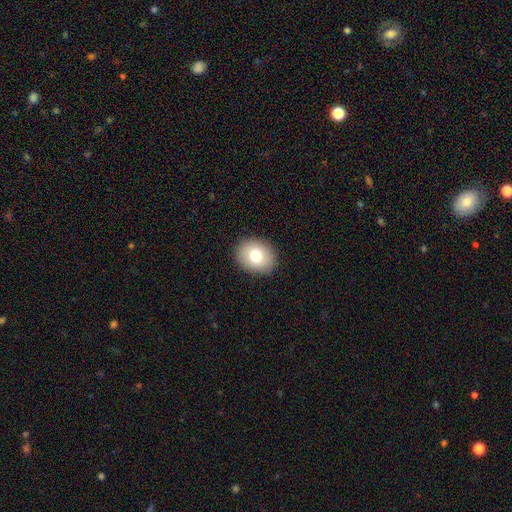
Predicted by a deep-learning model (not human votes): This is likely a smooth galaxy (78%). How rounded: possibly round (54%). Merging: clearly none (89%).